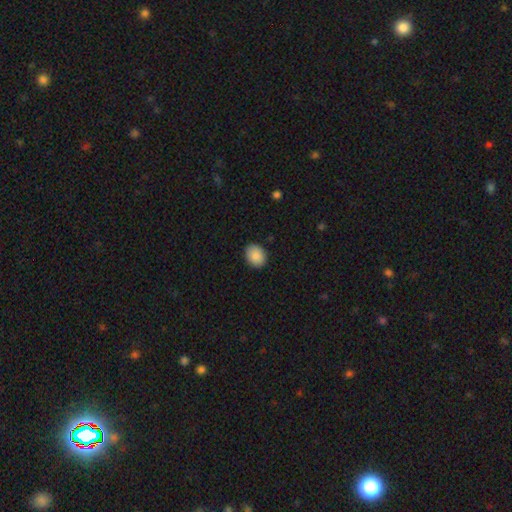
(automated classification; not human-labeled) A smooth galaxy with no disk features (89%) that is in between round and cigar-shaped (56%).

Vote fractions:
- Smooth or featured? smooth: 89% / star or artifact: 7% / featured or disk: 4%
- How rounded? in between: 56% / round: 44% / cigar-shaped: 1%
- Merging? none: 87% / minor disturbance: 10% / major disturbance: 2% / merger: 1%